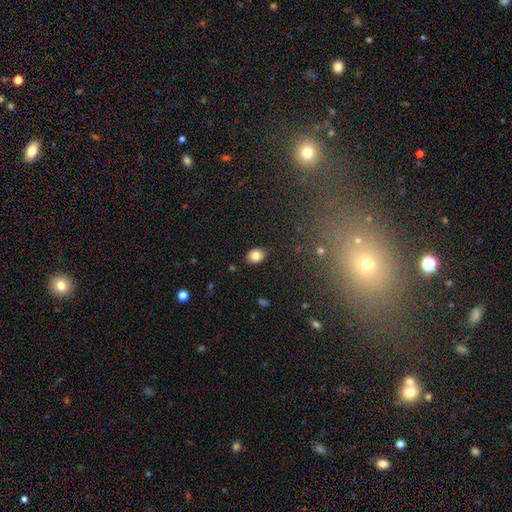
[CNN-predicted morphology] Smooth or featured: smooth — 83% (star or artifact — 10%)
How rounded: in between — 61% (round — 38%)
Merging: none — 87% (minor disturbance — 9%)